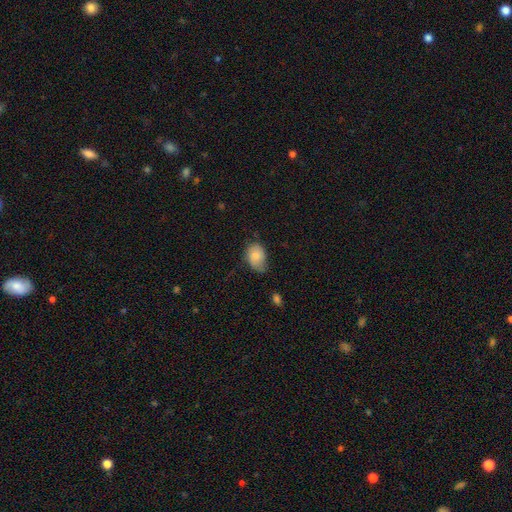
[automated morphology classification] Smooth or featured? Predicted: smooth (p=0.81). How rounded? Predicted: in between (p=0.78). Merging? Predicted: none (p=0.46).